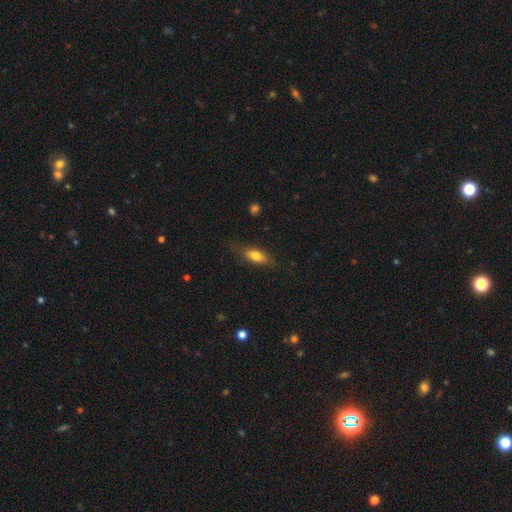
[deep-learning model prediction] smooth 73%, featured or disk 20%, star or artifact 7%. Down the decision tree: how rounded — in between (68%); merging — none (73%).